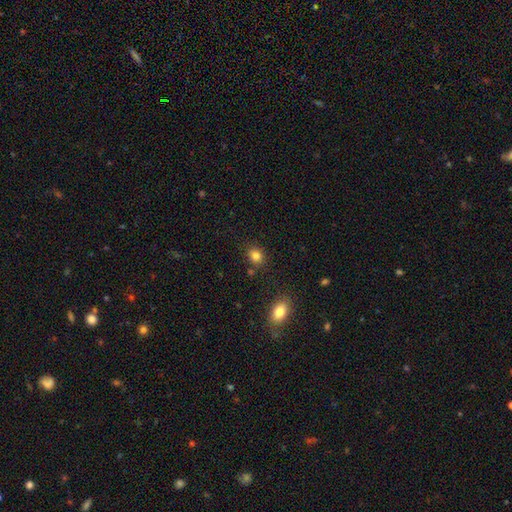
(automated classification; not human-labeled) This is clearly a smooth galaxy (84%). How rounded: possibly round (59%). Merging: likely none (79%).